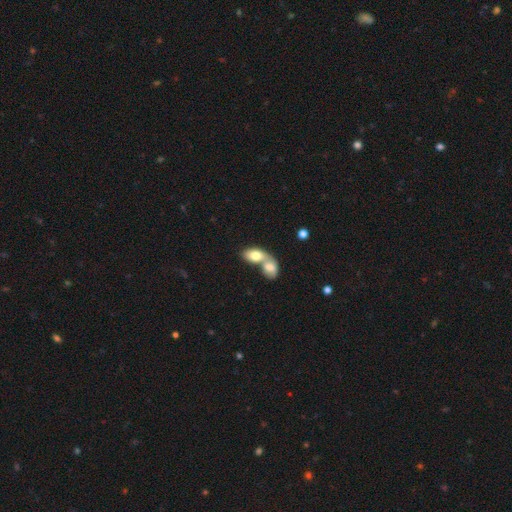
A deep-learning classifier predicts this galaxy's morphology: Smooth or featured: smooth — 77% (featured or disk — 17%)
How rounded: in between — 87% (round — 10%)
Merging: merger — 77% (none — 15%)